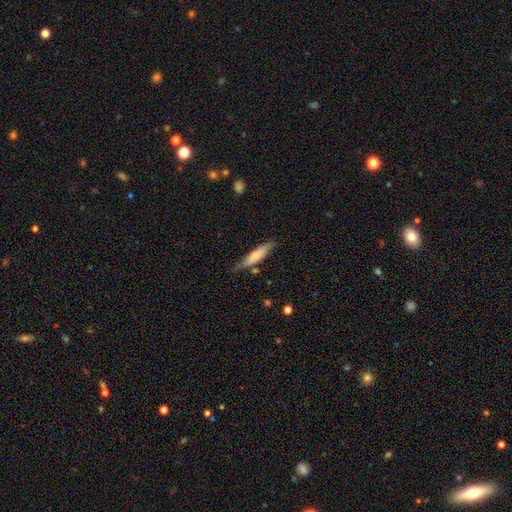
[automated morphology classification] smooth_or_featured: smooth (p=0.63) [alt: featured or disk p=0.31]
how_rounded: cigar-shaped (p=0.81) [alt: in between p=0.17]
merging: none (p=0.72) [alt: minor disturbance p=0.20]